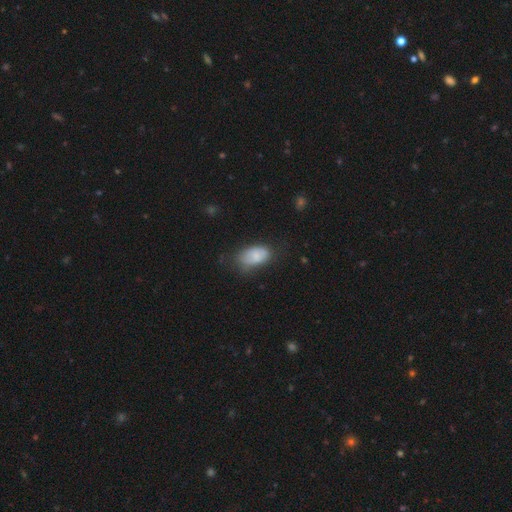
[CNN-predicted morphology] Smooth or featured? Predicted: smooth (p=0.76). How rounded? Predicted: in between (p=0.92). Merging? Predicted: none (p=0.55).